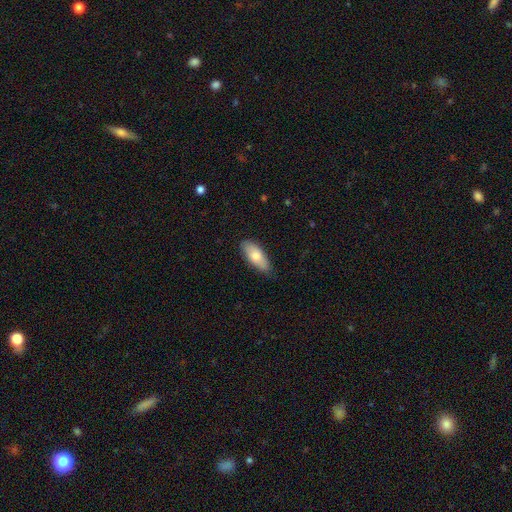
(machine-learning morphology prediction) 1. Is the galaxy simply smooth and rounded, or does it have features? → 78% smooth, 17% featured or disk, 6% star or artifact.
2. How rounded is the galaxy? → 79% in between, 19% cigar-shaped, 2% round.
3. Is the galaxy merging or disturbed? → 80% none, 17% minor disturbance, 3% major disturbance, 1% merger.